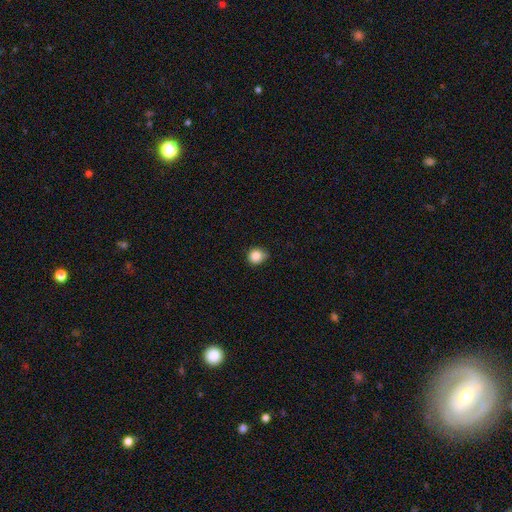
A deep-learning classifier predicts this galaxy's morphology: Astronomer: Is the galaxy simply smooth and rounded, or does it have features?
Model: smooth — 86%.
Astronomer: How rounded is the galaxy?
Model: round — 86%.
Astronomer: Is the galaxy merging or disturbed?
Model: none — 78%.